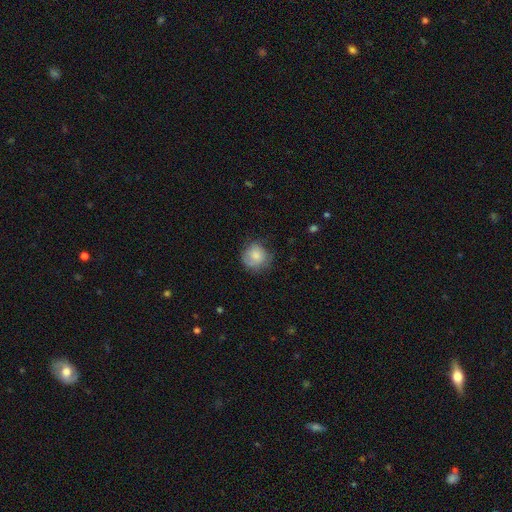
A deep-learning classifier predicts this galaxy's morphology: Smooth or featured? smooth (77%)
How rounded? round (85%)
Merging? none (64%)